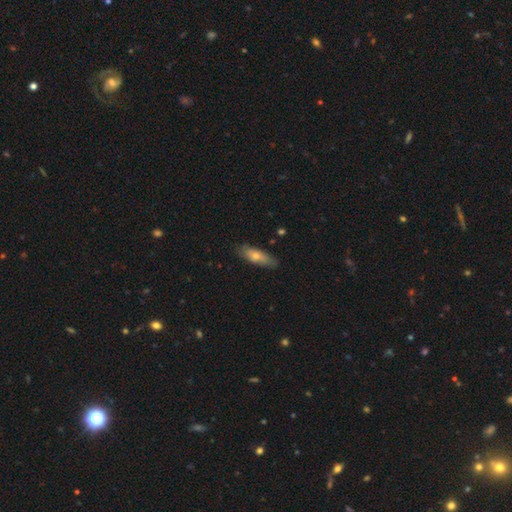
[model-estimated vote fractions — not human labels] Overall: smooth (58%; featured or disk 35%). How rounded: in between (50%; cigar-shaped 48%). Merging: none (81%).